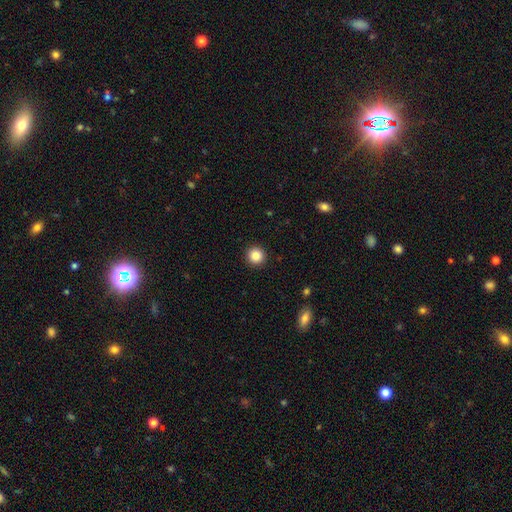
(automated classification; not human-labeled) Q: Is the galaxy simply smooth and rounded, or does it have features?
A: smooth — 87%.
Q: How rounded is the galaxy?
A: round — 95%.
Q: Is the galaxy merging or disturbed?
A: none — 93%.